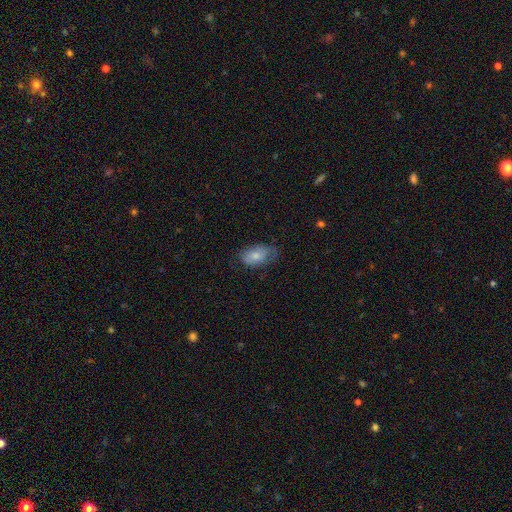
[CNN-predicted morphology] The model was most divided on "merging": none: 64%, minor disturbance: 27%, major disturbance: 8%, merger: 1%. More confident: how rounded — in between (92%); smooth or featured — smooth (73%).